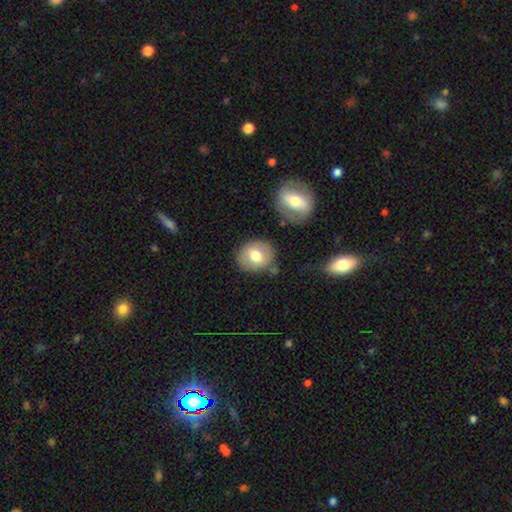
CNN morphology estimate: smooth_or_featured: smooth (p=0.70) [alt: featured or disk p=0.22]
how_rounded: round (p=0.72) [alt: in between p=0.27]
merging: none (p=0.76) [alt: minor disturbance p=0.14]